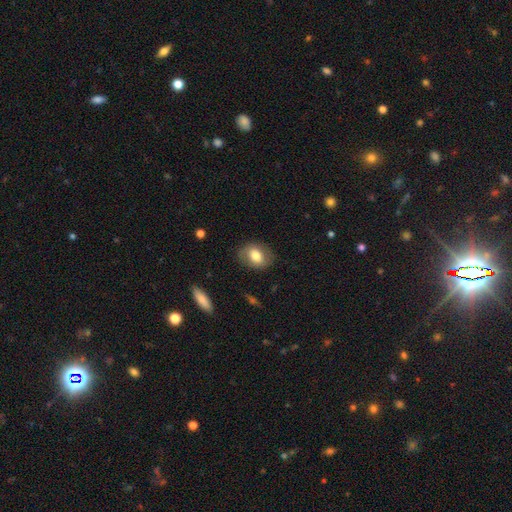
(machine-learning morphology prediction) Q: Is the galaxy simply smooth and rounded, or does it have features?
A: smooth — 74%.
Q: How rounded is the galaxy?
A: in between — 65%.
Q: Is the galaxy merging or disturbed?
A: none — 82%.